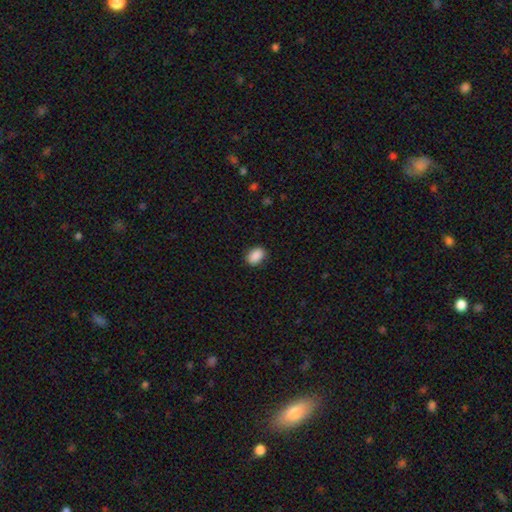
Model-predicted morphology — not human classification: A smooth galaxy with no disk features (90%) that is in between round and cigar-shaped (83%). Merging: none (87%).